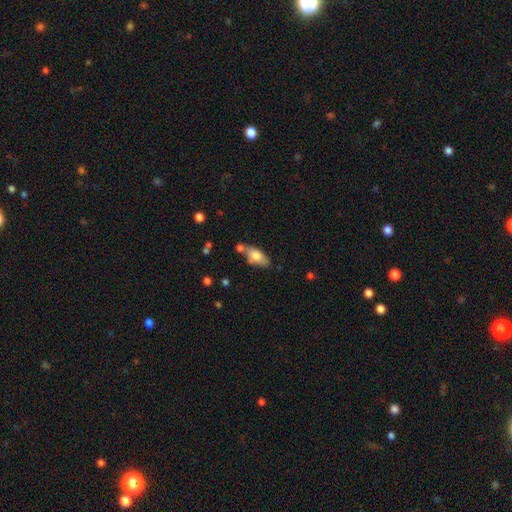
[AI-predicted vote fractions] smooth-or-featured: smooth: 72% | featured or disk: 21% | star or artifact: 7%
  how-rounded: in between: 84% | cigar-shaped: 12% | round: 4%
  merging: none: 55% | minor disturbance: 20% | merger: 20% | major disturbance: 6%